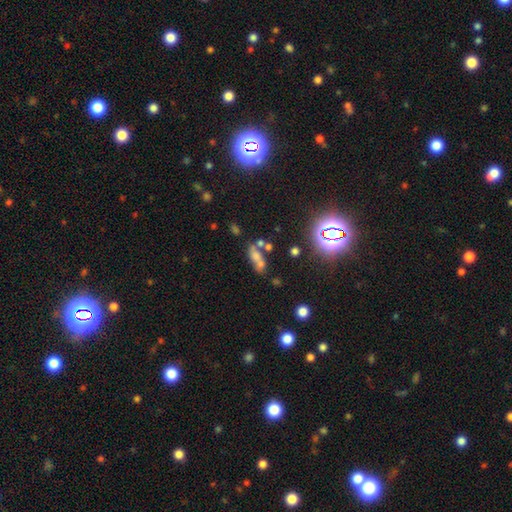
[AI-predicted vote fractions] Morphology: type=smooth (53%); roundness=in between (64%); merging=none (39%).